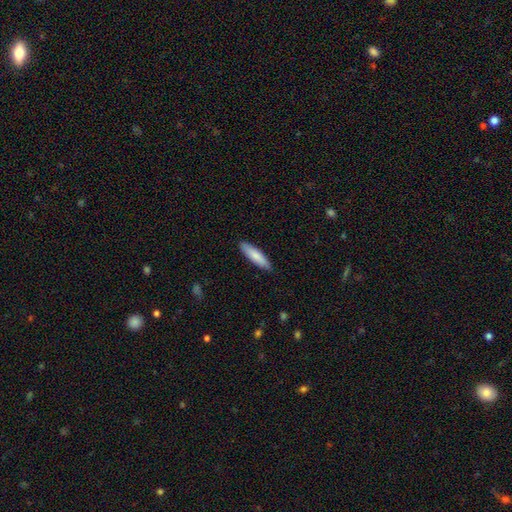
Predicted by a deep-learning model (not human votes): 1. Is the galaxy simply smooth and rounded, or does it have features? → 80% smooth, 15% featured or disk, 5% star or artifact.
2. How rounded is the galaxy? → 73% cigar-shaped, 25% in between, 1% round.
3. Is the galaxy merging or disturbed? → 88% none, 10% minor disturbance, 2% major disturbance, 1% merger.